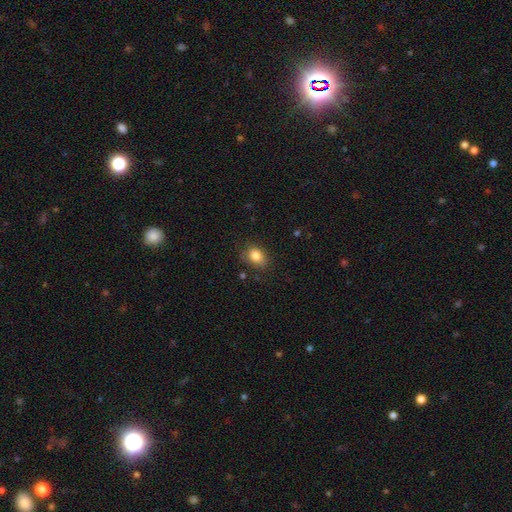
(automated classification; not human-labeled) A smooth galaxy with no disk features (84%) that is in between round and cigar-shaped (68%).

Vote fractions:
- Smooth or featured? smooth: 84% / star or artifact: 9% / featured or disk: 7%
- How rounded? in between: 68% / round: 31% / cigar-shaped: 1%
- Merging? none: 76% / minor disturbance: 18% / major disturbance: 4% / merger: 2%